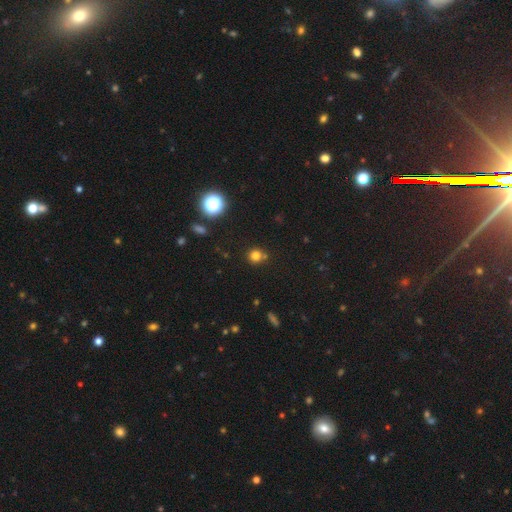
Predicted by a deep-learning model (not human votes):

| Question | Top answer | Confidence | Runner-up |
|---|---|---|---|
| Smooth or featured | smooth | 77% | star or artifact (17%) |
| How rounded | round | 91% | in between (8%) |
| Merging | none | 73% | merger (15%) |